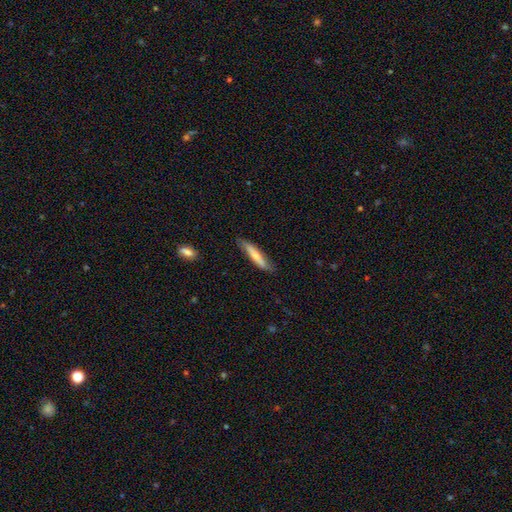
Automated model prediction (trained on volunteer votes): The model was most divided on "smooth or featured": smooth: 68%, featured or disk: 26%, star or artifact: 5%. More confident: how rounded — cigar-shaped (86%); merging — none (80%).